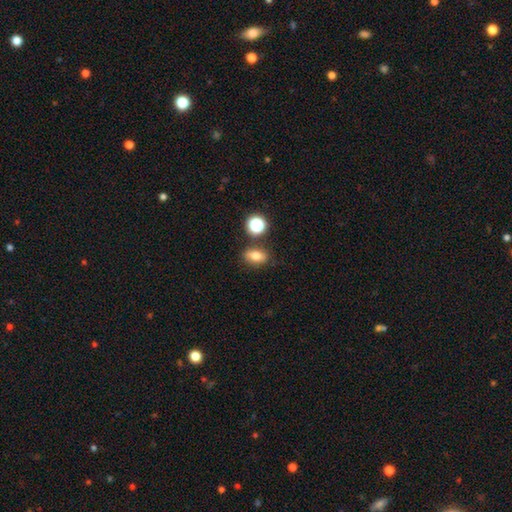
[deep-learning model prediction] This appears to be a smooth galaxy with no disk features (74%) that is in between round and cigar-shaped (74%). Merging: none (79%).